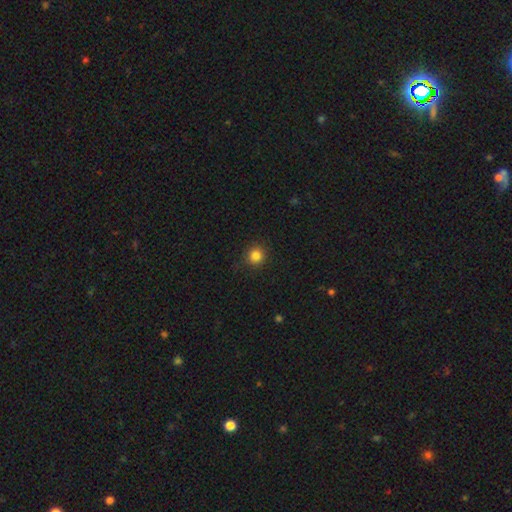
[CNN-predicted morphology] smooth_or_featured: smooth (p=0.84) [alt: star or artifact p=0.12]
how_rounded: round (p=0.93) [alt: in between p=0.06]
merging: none (p=0.90) [alt: minor disturbance p=0.07]